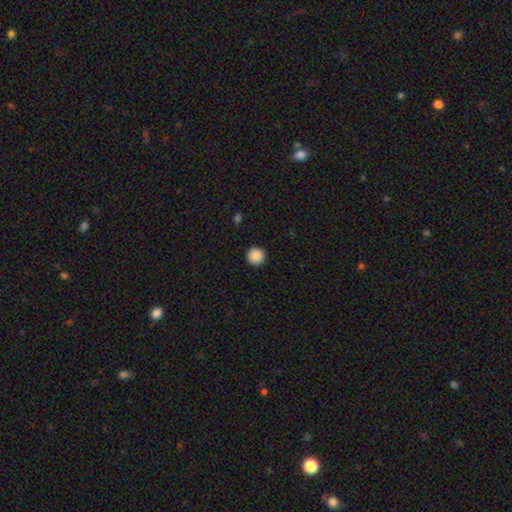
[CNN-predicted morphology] smooth_or_featured: smooth (p=0.89) [alt: star or artifact p=0.09]
how_rounded: round (p=0.96) [alt: in between p=0.03]
merging: none (p=0.93) [alt: minor disturbance p=0.04]